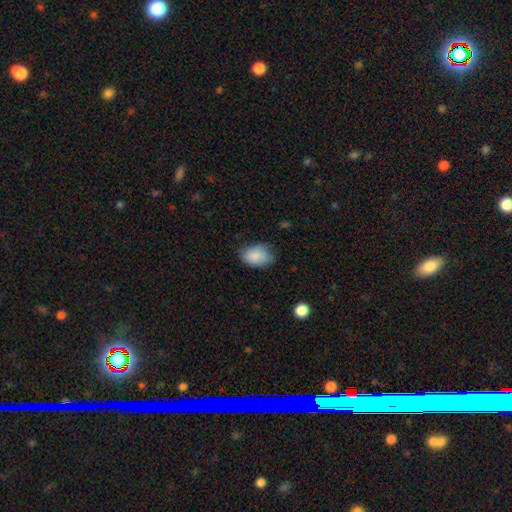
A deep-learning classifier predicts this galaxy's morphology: Smooth or featured: smooth — 87% (star or artifact — 7%)
How rounded: in between — 85% (round — 13%)
Merging: none — 69% (minor disturbance — 25%)